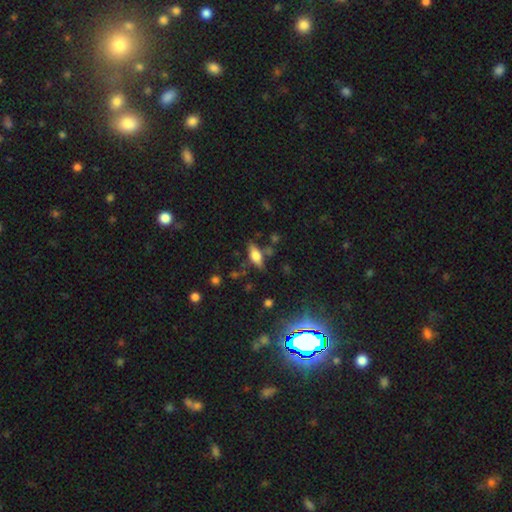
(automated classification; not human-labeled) A smooth galaxy with no disk features (61%) that is in between round and cigar-shaped (72%).

Vote fractions:
- Smooth or featured? smooth: 61% / featured or disk: 29% / star or artifact: 10%
- How rounded? in between: 72% / cigar-shaped: 24% / round: 4%
- Merging? none: 73% / minor disturbance: 16% / merger: 6% / major disturbance: 5%